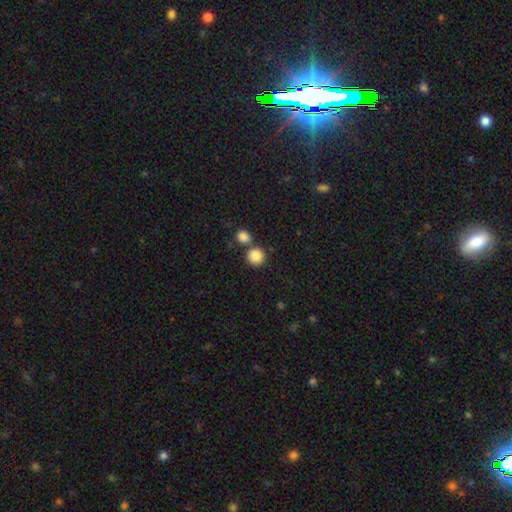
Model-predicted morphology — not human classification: This is clearly a smooth galaxy (86%). How rounded: clearly round (91%). Merging: likely none (68%).